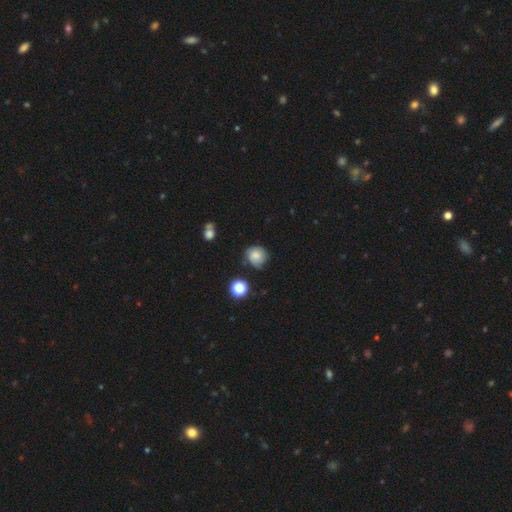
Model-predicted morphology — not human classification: smooth 69%, featured or disk 20%, star or artifact 11%. Down the decision tree: how rounded — round (83%); merging — none (63%).